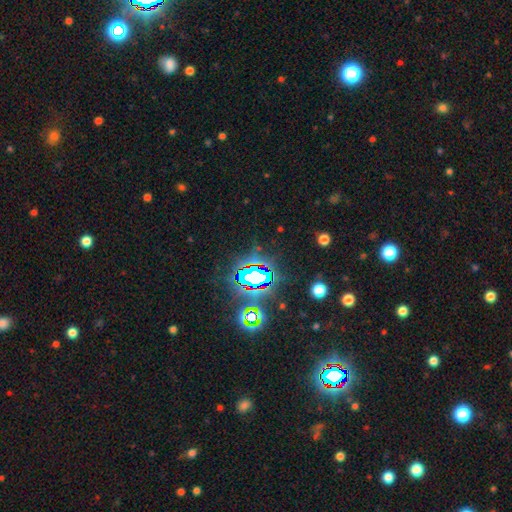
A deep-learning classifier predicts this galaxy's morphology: smooth_or_featured: star or artifact (p=0.83) [alt: smooth p=0.10]